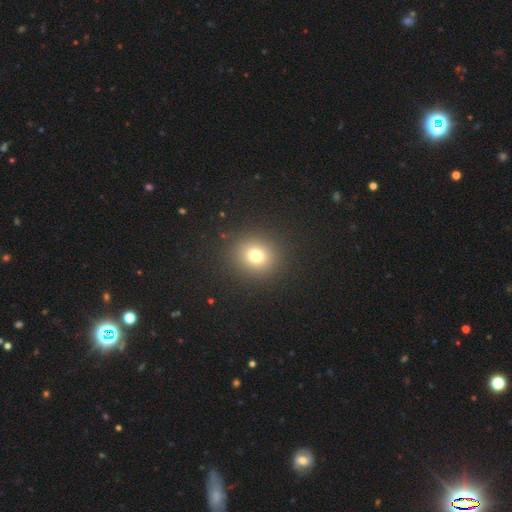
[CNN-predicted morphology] smooth-or-featured: smooth: 74% | star or artifact: 18% | featured or disk: 9%
  how-rounded: round: 83% | in between: 16% | cigar-shaped: 1%
  merging: none: 91% | minor disturbance: 5% | major disturbance: 3% | merger: 1%